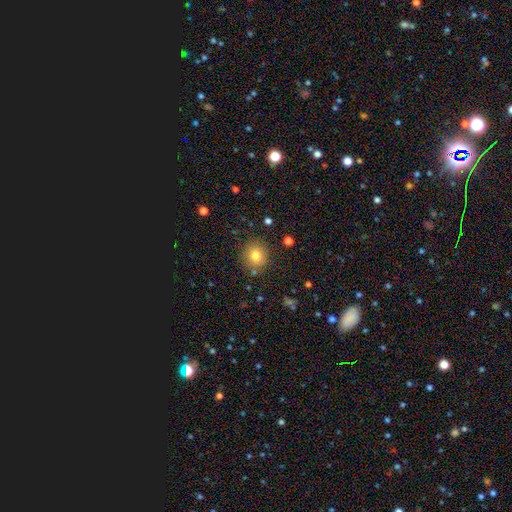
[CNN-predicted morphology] This appears to be a smooth galaxy with no disk features (78%) that is round (81%). Merging: none (84%).